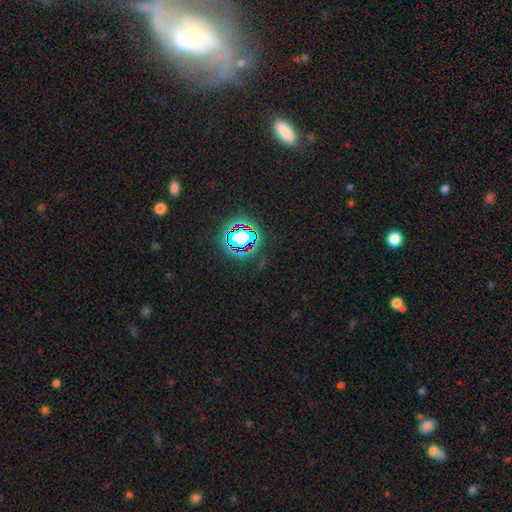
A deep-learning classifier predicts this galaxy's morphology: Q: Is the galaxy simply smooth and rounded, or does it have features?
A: star or artifact — 70%.